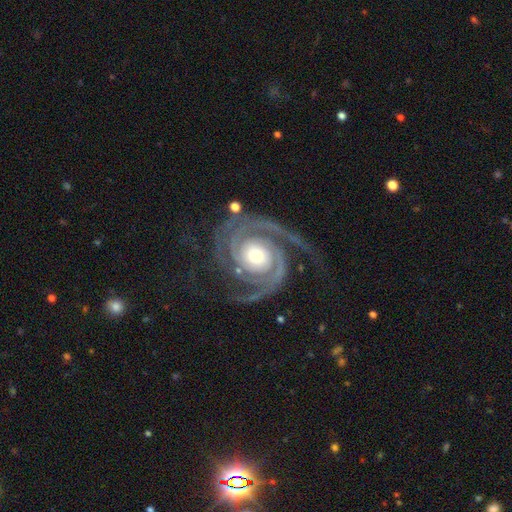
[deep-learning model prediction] Overall: featured or disk (94%). Edge-on disk: no (98%). Bar: no (73%). Spiral arms: yes (99%). Spiral arm count: 2 (77%). Spiral winding: tight (69%). Bulge size: moderate (55%; small 26%). Merging: none (73%).